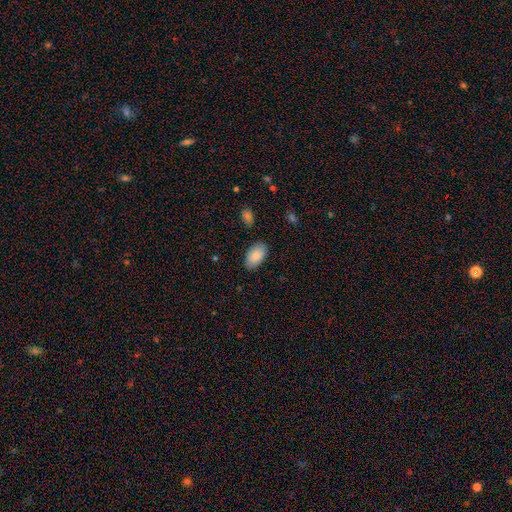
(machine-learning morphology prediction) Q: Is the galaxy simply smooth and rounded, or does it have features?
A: smooth — 85%.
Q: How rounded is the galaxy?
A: in between — 95%.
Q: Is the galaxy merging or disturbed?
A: none — 85%.